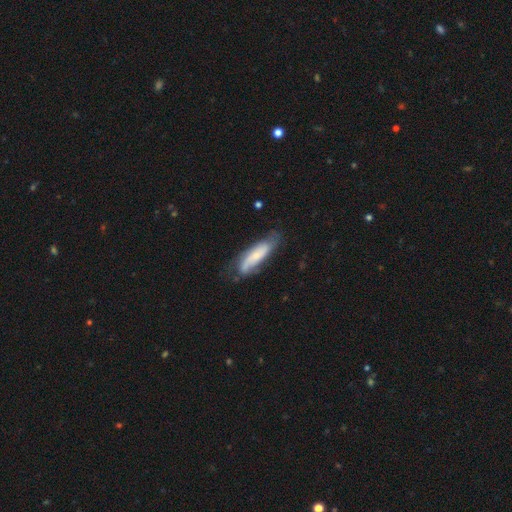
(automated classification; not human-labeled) Smooth or featured: featured or disk — 53% (smooth — 40%)
Edge-on disk: no — 76% (yes — 24%)
Merging: none — 62% (minor disturbance — 26%)